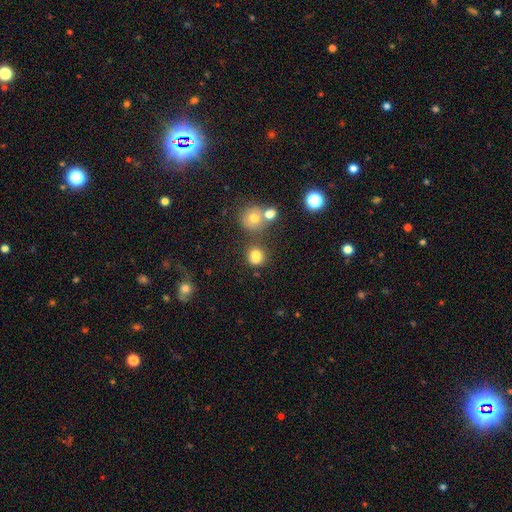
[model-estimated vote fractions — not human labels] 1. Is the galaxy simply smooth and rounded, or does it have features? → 75% smooth, 15% star or artifact, 10% featured or disk.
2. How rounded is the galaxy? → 76% round, 23% in between, 1% cigar-shaped.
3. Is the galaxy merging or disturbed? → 51% none, 29% merger, 13% minor disturbance, 6% major disturbance.